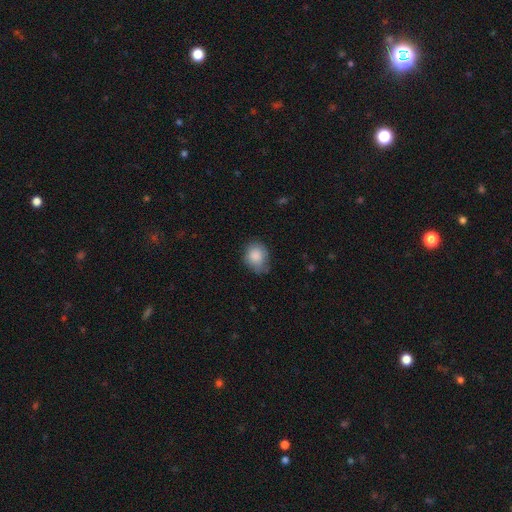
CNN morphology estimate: Smooth or featured?
  - smooth: 86% *
  - star or artifact: 7%
  - featured or disk: 7%
How rounded?
  - in between: 51% *
  - round: 48%
  - cigar-shaped: 1%
Merging?
  - none: 63% *
  - minor disturbance: 30%
  - major disturbance: 6%
  - merger: 1%